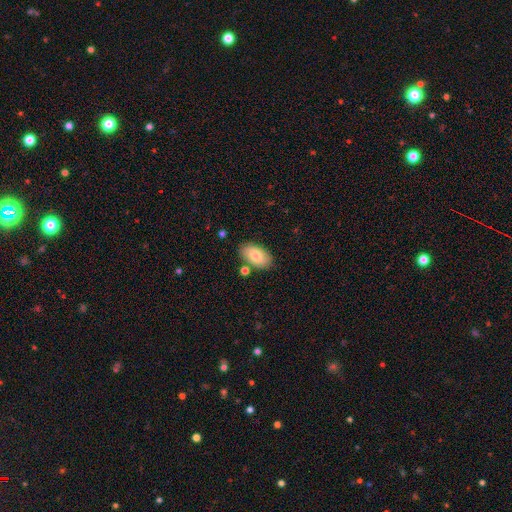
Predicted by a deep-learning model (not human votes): Q: Smooth or featured?
A: smooth (80%); runner-up: featured or disk (14%)
Q: How rounded?
A: in between (94%); runner-up: round (4%)
Q: Merging?
A: none (80%); runner-up: minor disturbance (12%)